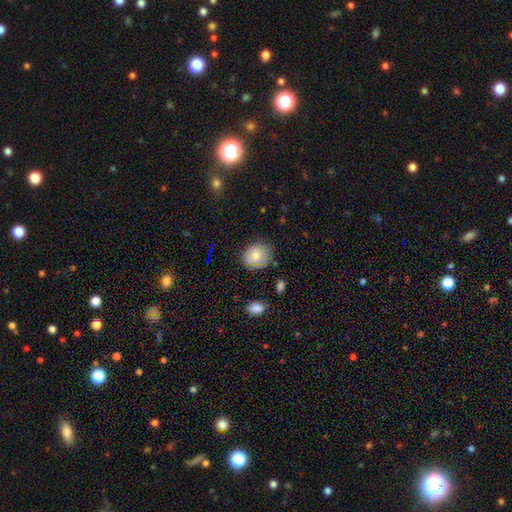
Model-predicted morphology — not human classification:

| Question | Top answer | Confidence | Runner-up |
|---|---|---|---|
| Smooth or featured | smooth | 80% | featured or disk (11%) |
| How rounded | round | 63% | in between (36%) |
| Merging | none | 76% | minor disturbance (18%) |